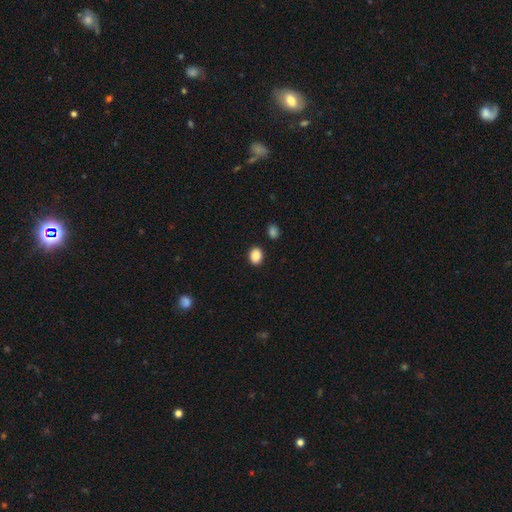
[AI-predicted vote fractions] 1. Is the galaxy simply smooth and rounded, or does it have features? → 88% smooth, 9% star or artifact, 4% featured or disk.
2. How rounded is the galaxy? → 50% in between, 49% round, 1% cigar-shaped.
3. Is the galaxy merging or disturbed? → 89% none, 7% minor disturbance, 3% merger, 2% major disturbance.